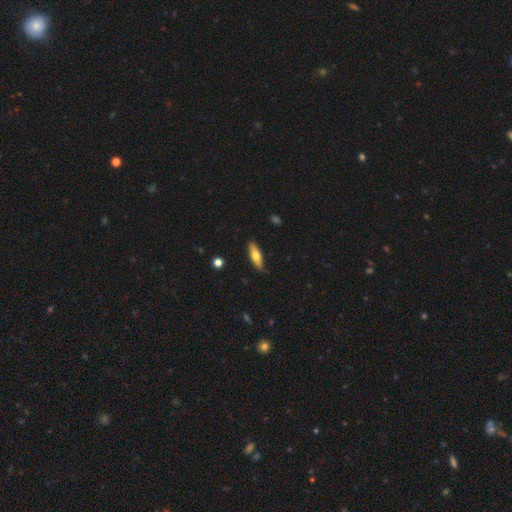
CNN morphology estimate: Smooth or featured? smooth (59%)
How rounded? cigar-shaped (54%)
Merging? none (86%)